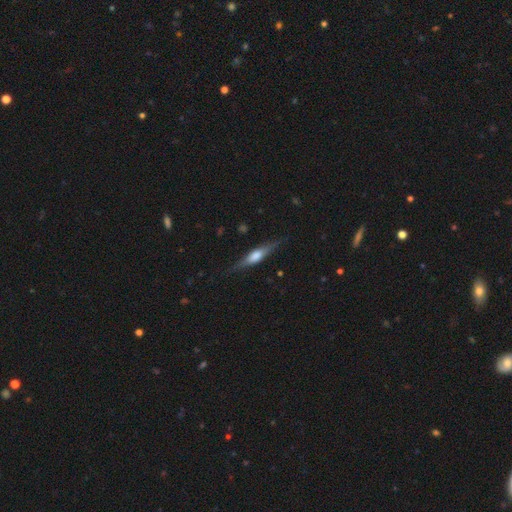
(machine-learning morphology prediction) This is likely a featured or disk galaxy (64%). It is clearly viewed edge-on (95%). Edge-on bulge: likely rounded (77%). Merging: clearly none (83%).